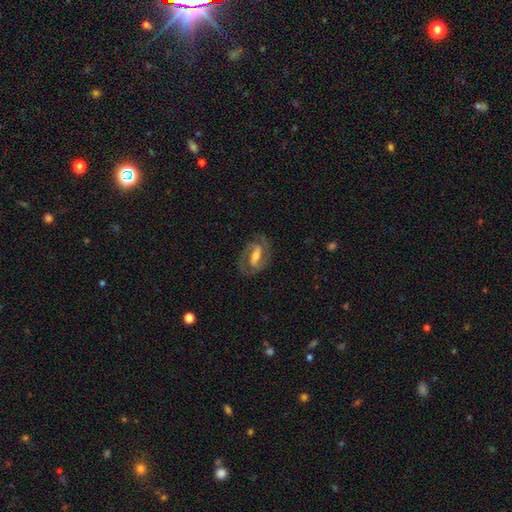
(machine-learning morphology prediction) Smooth or featured? featured or disk (83%)
Edge-on disk? no (96%)
Bar? strong (50%)
Spiral arms? yes (93%)
Spiral winding? medium (53%)
Spiral arm count? 2 (90%)
Bulge size? moderate (50%)
Merging? none (80%)